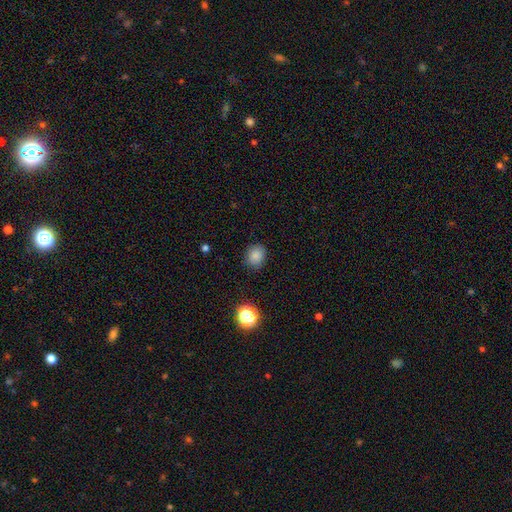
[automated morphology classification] smooth 84%, star or artifact 12%, featured or disk 5%. Down the decision tree: how rounded — round (61%); merging — none (85%).